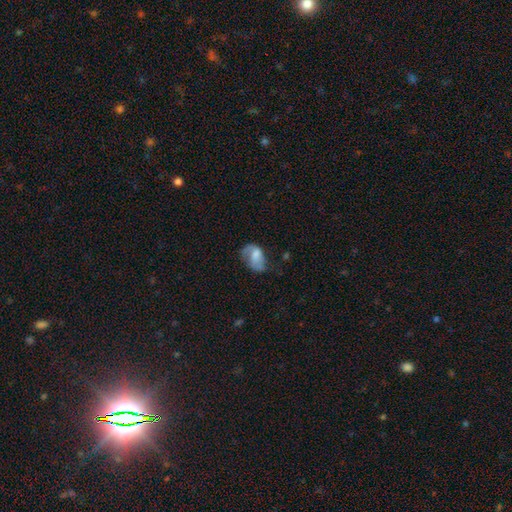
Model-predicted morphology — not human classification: This is possibly a smooth galaxy (54%). How rounded: clearly in between (81%). Merging: marginally major disturbance (35%).